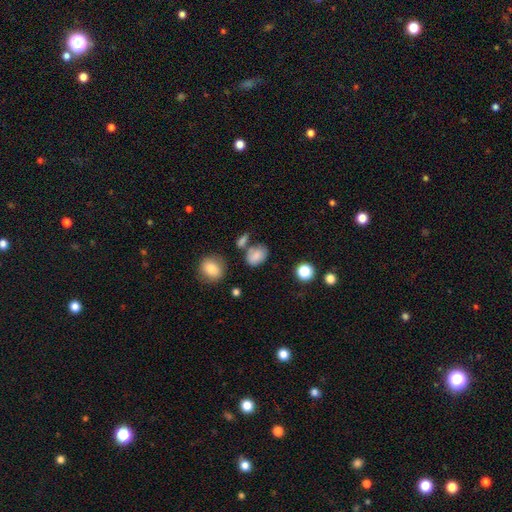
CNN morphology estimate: Overall: smooth (81%). How rounded: in between (74%). Merging: none (54%; minor disturbance 20%).